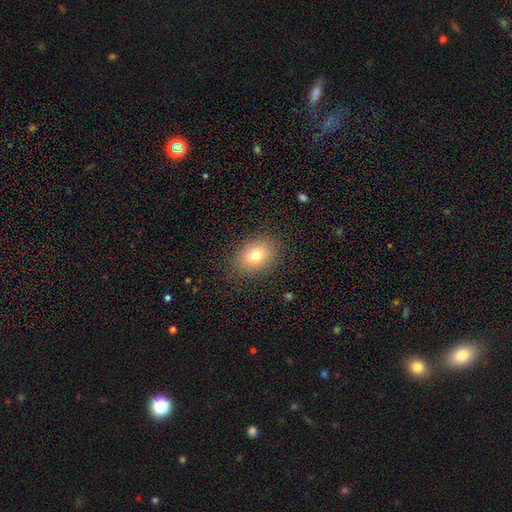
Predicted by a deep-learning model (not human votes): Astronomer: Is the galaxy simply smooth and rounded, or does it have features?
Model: smooth — 76%.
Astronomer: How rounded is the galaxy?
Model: in between — 69%.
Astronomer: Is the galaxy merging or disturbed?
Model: none — 86%.